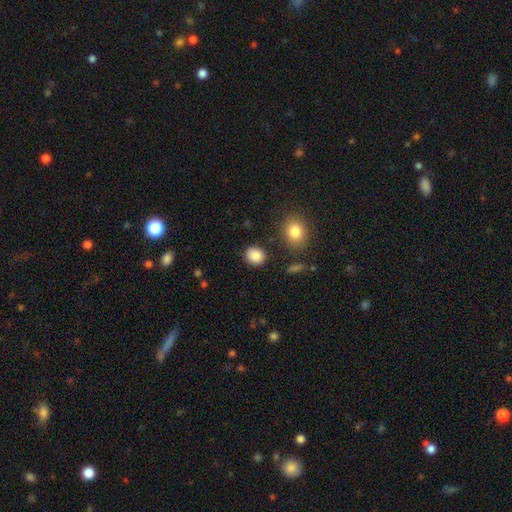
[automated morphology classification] Smooth or featured: smooth — 87% (star or artifact — 9%)
How rounded: round — 70% (in between — 29%)
Merging: none — 85% (minor disturbance — 10%)